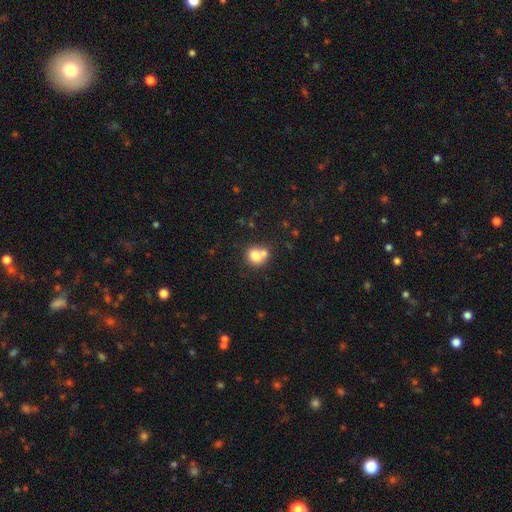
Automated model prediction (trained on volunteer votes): Smooth or featured? Predicted: smooth (p=0.75). How rounded? Predicted: round (p=0.71). Merging? Predicted: merger (p=0.44).